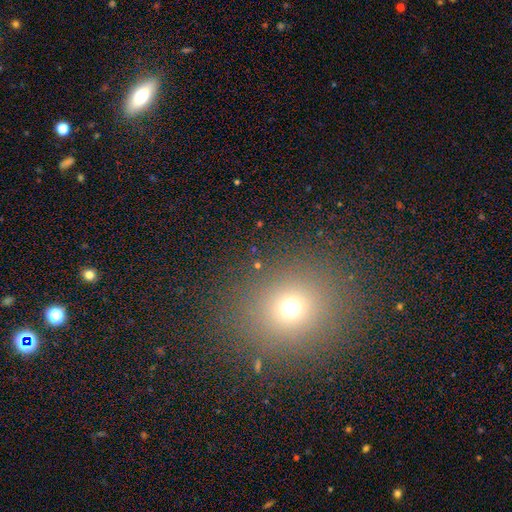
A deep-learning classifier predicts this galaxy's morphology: Smooth or featured: smooth — 62% (star or artifact — 30%)
How rounded: round — 73% (in between — 25%)
Merging: none — 90% (minor disturbance — 6%)